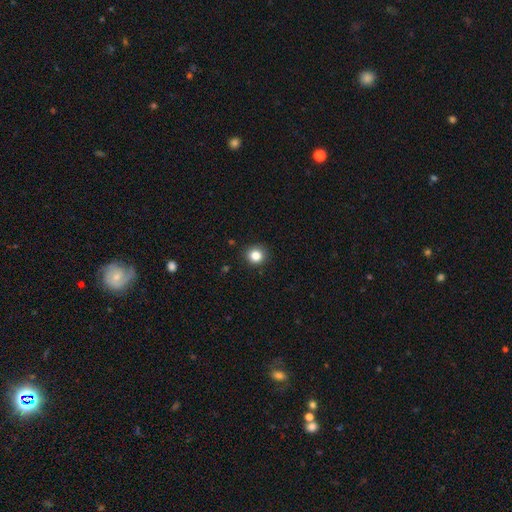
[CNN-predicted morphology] This appears to be a smooth galaxy with no disk features (84%) that is round (89%). Merging: none (91%).